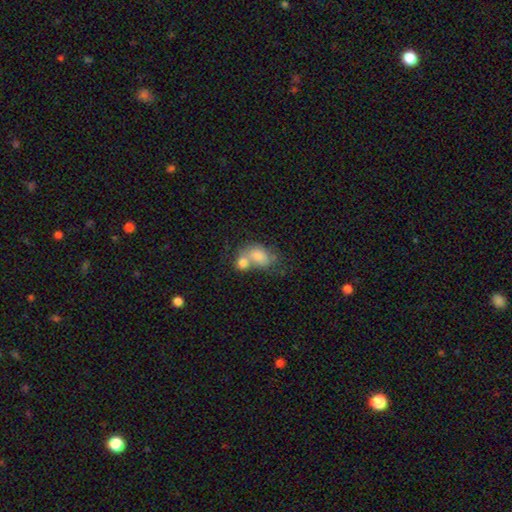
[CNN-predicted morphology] This appears to be a smooth galaxy with no disk features (72%) that is in between round and cigar-shaped (67%). Merging: merger (59%).